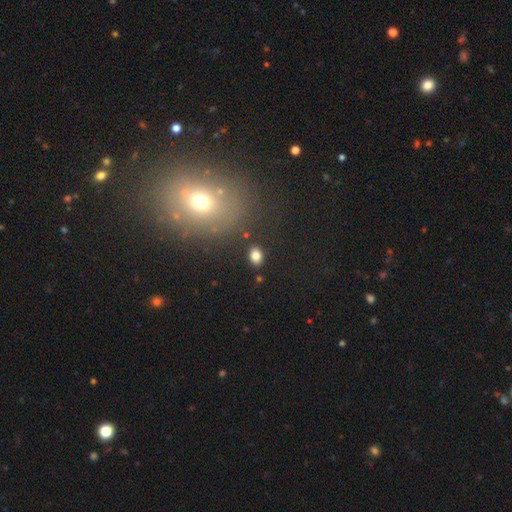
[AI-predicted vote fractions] Smooth or featured: smooth — 82% (star or artifact — 11%)
How rounded: in between — 75% (round — 24%)
Merging: none — 86% (minor disturbance — 9%)